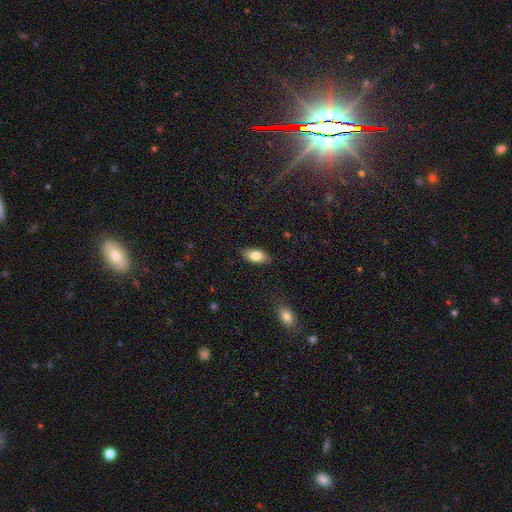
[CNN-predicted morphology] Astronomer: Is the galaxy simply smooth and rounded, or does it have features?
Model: smooth — 81%.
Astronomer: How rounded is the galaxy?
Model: in between — 90%.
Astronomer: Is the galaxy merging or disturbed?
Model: none — 86%.